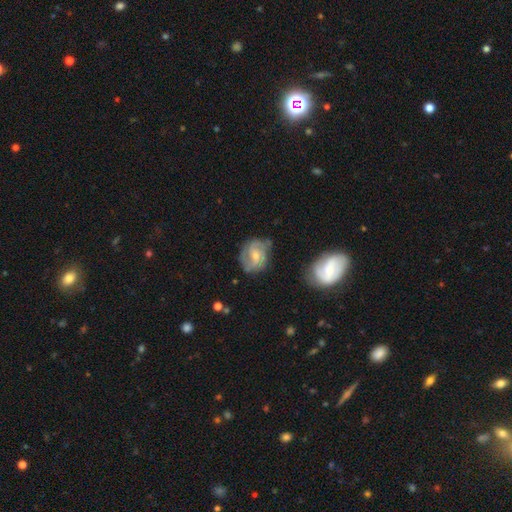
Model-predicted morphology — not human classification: A featured or disk galaxy (78%) with no bar (45%, tied with weak), 2 (61%) medium (48%) spiral arms (93%) and a small central bulge (49%). Merging: none (65%).